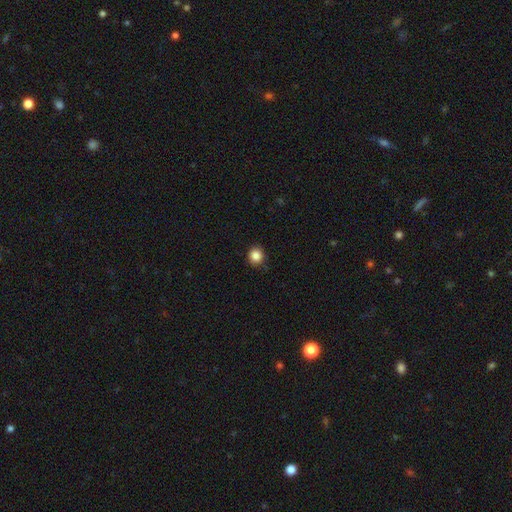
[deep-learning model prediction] A smooth galaxy with no disk features (86%) that is round (90%). Merging: none (89%).